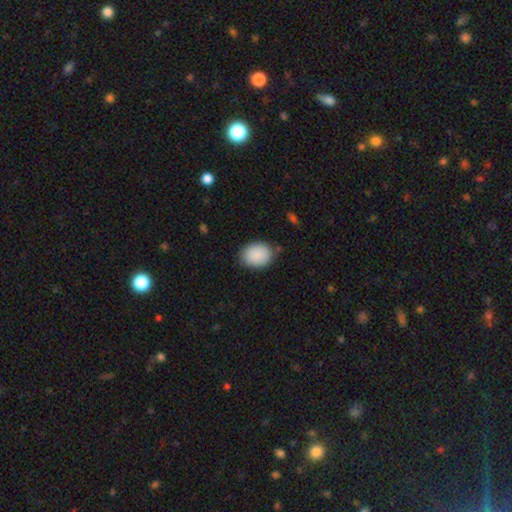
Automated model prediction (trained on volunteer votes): The model was most divided on "how rounded": in between: 59%, round: 40%, cigar-shaped: 1%. More confident: smooth or featured — smooth (89%); merging — none (83%).